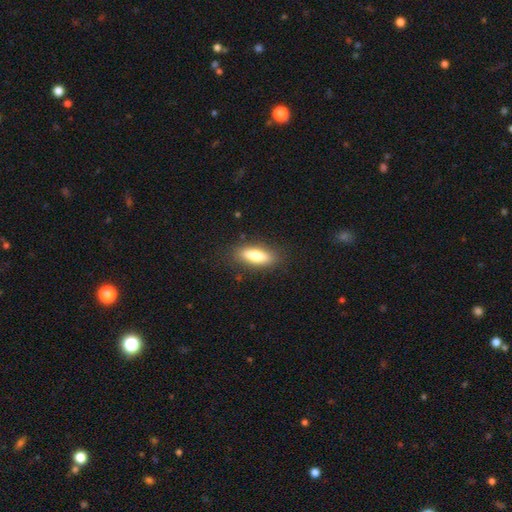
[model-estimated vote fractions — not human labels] Q: Smooth or featured?
A: smooth (77%); runner-up: featured or disk (17%)
Q: How rounded?
A: in between (59%); runner-up: cigar-shaped (38%)
Q: Merging?
A: none (84%); runner-up: minor disturbance (11%)